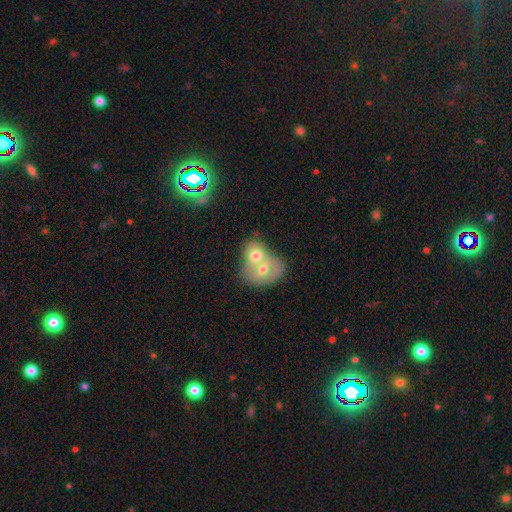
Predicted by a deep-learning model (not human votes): A smooth galaxy with no disk features (61%) that is round (51%).

Vote fractions:
- Smooth or featured? smooth: 61% / featured or disk: 31% / star or artifact: 8%
- How rounded? round: 51% / in between: 48% / cigar-shaped: 1%
- Merging? merger: 78% / none: 13% / minor disturbance: 5% / major disturbance: 4%